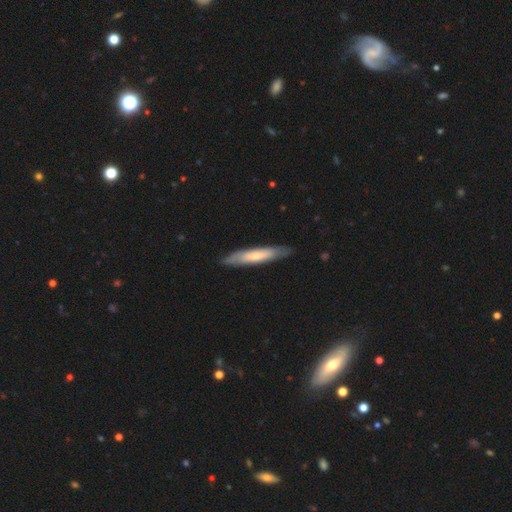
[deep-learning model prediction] Smooth or featured: smooth — 62% (featured or disk — 33%)
How rounded: cigar-shaped — 88% (in between — 11%)
Merging: none — 86% (minor disturbance — 11%)